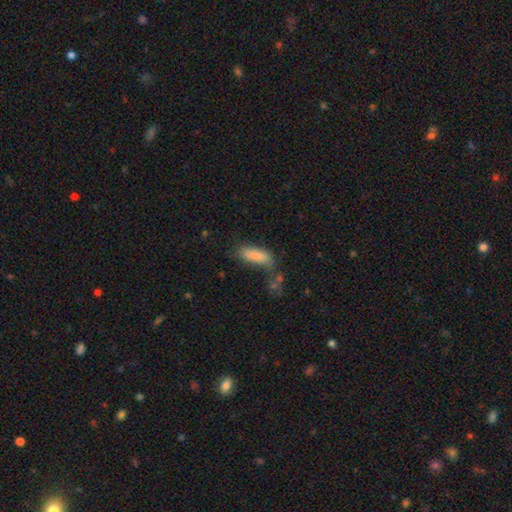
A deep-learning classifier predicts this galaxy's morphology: Q: Smooth or featured?
A: smooth (85%); runner-up: featured or disk (8%)
Q: How rounded?
A: in between (64%); runner-up: cigar-shaped (34%)
Q: Merging?
A: none (55%); runner-up: minor disturbance (24%)